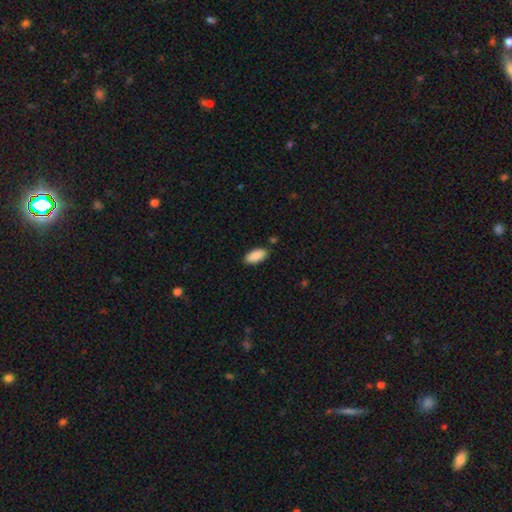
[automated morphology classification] A smooth galaxy with no disk features (90%) that is in between round and cigar-shaped (91%). Merging: none (85%).